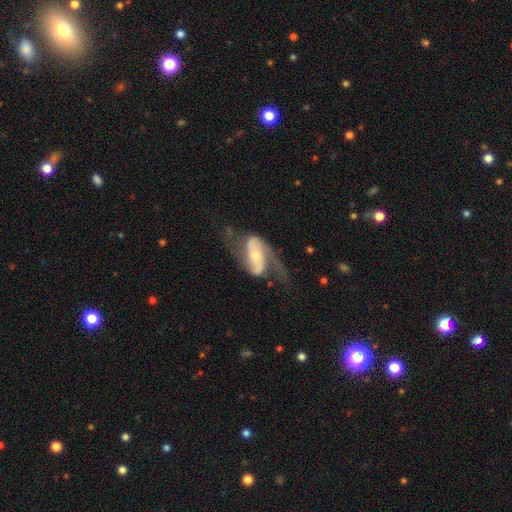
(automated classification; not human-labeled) Overall: featured or disk (83%). Edge-on disk: no (96%). Bar: no (41%; weak 32%). Spiral arms: yes (93%). Spiral arm count: 2 (88%). Spiral winding: loose (54%; medium 35%). Bulge size: small (51%; moderate 41%). Merging: none (51%; major disturbance 25%).